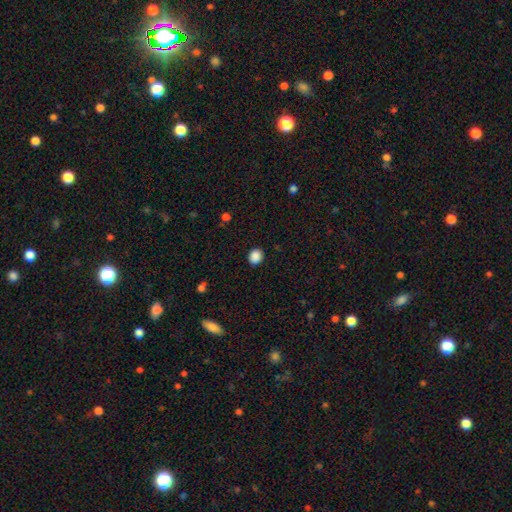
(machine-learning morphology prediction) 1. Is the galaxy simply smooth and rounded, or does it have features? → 88% smooth, 9% star or artifact, 3% featured or disk.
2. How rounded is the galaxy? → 77% round, 22% in between, 1% cigar-shaped.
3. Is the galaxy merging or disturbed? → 90% none, 6% minor disturbance, 2% major disturbance, 1% merger.